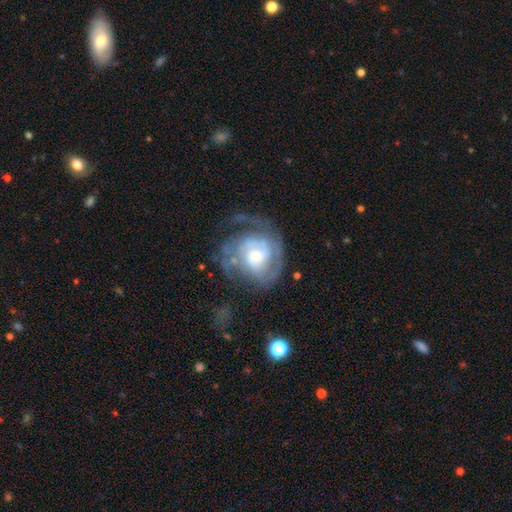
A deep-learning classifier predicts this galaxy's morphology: Smooth or featured?
  - featured or disk: 77% *
  - smooth: 16%
  - star or artifact: 7%
Edge-on disk?
  - no: 98% *
  - yes: 2%
Bar?
  - no: 67% *
  - weak: 28%
  - strong: 5%
Spiral arms?
  - yes: 87% *
  - no: 13%
Spiral winding?
  - tight: 51% *
  - medium: 35%
  - loose: 14%
Spiral arm count?
  - 2: 35% *
  - can't tell: 34%
  - 3: 12%
  - 1: 11%
  - 4: 4%
  - more than 4: 4%
Bulge size?
  - moderate: 44% *
  - small: 30%
  - large: 18%
  - none: 4%
  - dominant: 2%
Merging?
  - none: 46% *
  - major disturbance: 28%
  - minor disturbance: 22%
  - merger: 3%